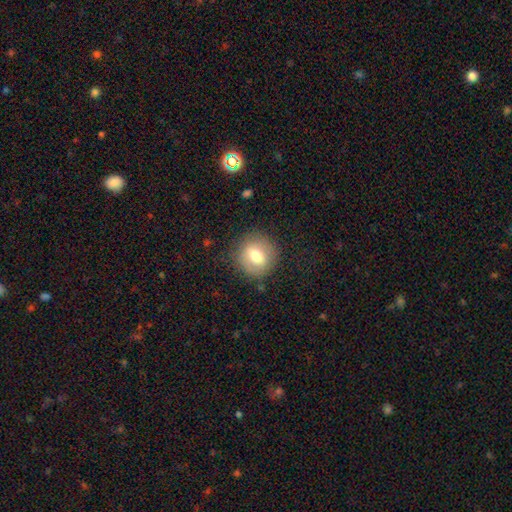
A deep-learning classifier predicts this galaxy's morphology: A smooth galaxy with no disk features (70%) that is round (88%). Merging: none (83%).